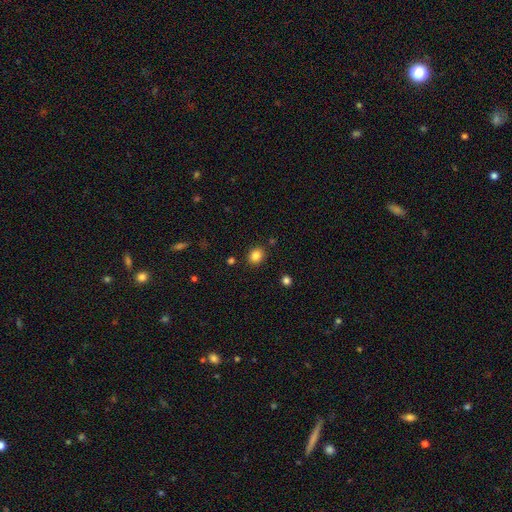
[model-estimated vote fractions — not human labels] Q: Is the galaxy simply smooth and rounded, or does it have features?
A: smooth — 85%.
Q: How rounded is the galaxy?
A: round — 70%.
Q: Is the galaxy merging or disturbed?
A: none — 87%.